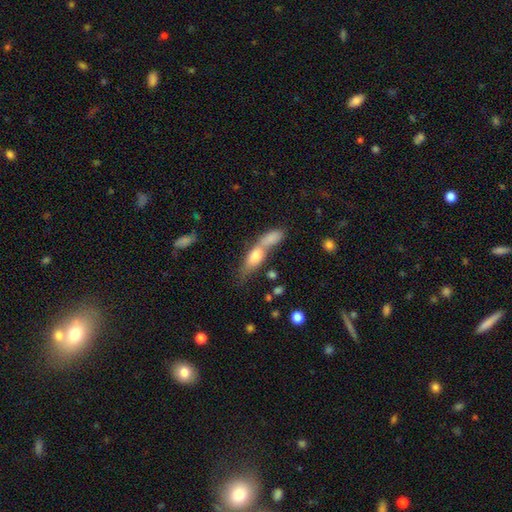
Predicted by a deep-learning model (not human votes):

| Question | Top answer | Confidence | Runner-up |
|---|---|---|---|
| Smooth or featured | smooth | 69% | featured or disk (23%) |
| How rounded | in between | 63% | cigar-shaped (32%) |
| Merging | merger | 59% | none (27%) |